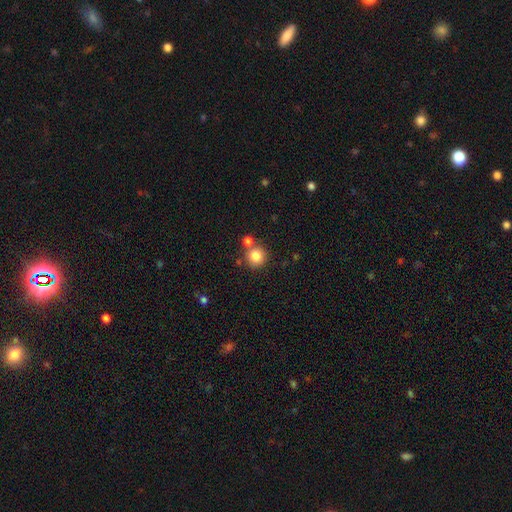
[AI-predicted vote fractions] A smooth galaxy with no disk features (83%) that is round (92%). Merging: none (69%).